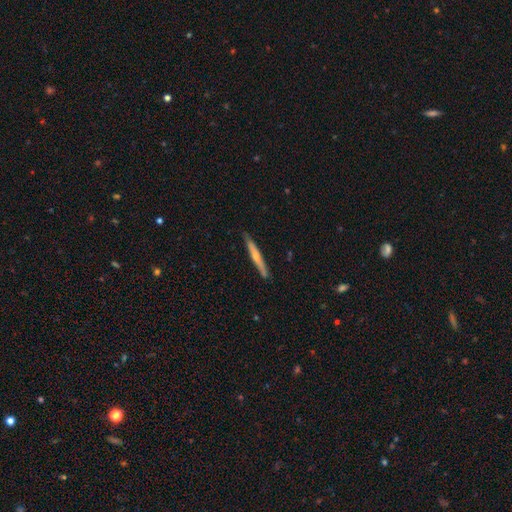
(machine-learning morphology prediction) smooth-or-featured: featured or disk: 63% | smooth: 29% | star or artifact: 8%
  disk-edge-on: yes: 96% | no: 4%
    edge-on-bulge: rounded: 74% | none: 20% | boxy: 6%
  merging: none: 89% | minor disturbance: 8% | major disturbance: 2% | merger: 1%